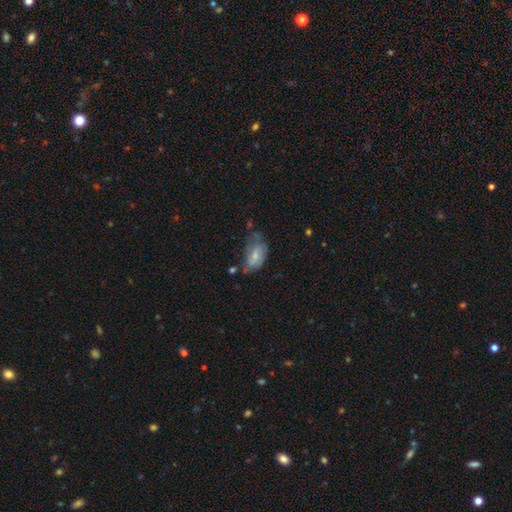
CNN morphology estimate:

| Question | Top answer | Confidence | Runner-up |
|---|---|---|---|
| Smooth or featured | smooth | 65% | featured or disk (28%) |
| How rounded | in between | 91% | round (6%) |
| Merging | minor disturbance | 36% | tied: none (36%) |